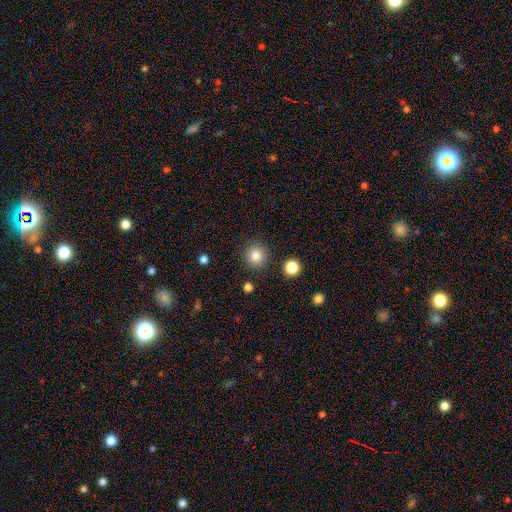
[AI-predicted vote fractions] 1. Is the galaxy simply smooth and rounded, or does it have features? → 83% smooth, 11% star or artifact, 6% featured or disk.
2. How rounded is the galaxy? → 94% round, 5% in between, 1% cigar-shaped.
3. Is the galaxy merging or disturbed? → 89% none, 6% minor disturbance, 2% major disturbance, 2% merger.